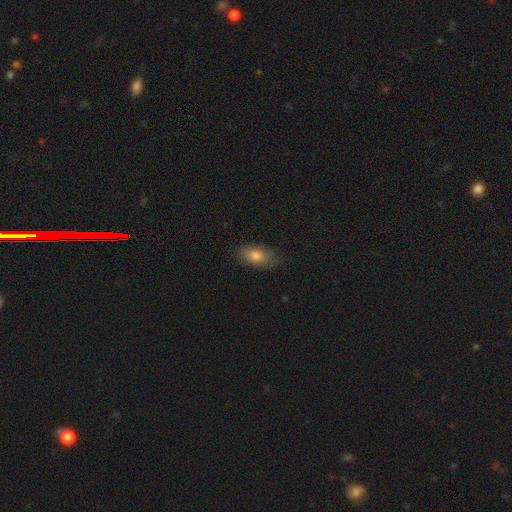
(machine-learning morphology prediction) Smooth or featured? Predicted: smooth (p=0.78). How rounded? Predicted: in between (p=0.89). Merging? Predicted: none (p=0.79).